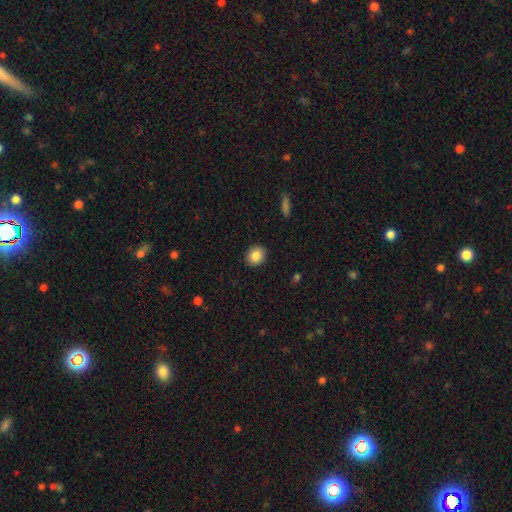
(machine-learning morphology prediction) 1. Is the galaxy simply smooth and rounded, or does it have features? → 87% smooth, 8% star or artifact, 5% featured or disk.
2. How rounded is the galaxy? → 69% round, 30% in between, 1% cigar-shaped.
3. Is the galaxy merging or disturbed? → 90% none, 7% minor disturbance, 2% major disturbance, 1% merger.